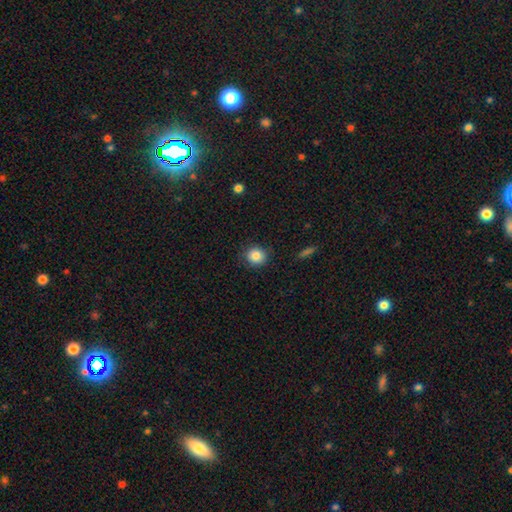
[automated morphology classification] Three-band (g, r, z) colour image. It shows a smooth galaxy with no disk features (85%) that is round (88%). Merging: none (87%).